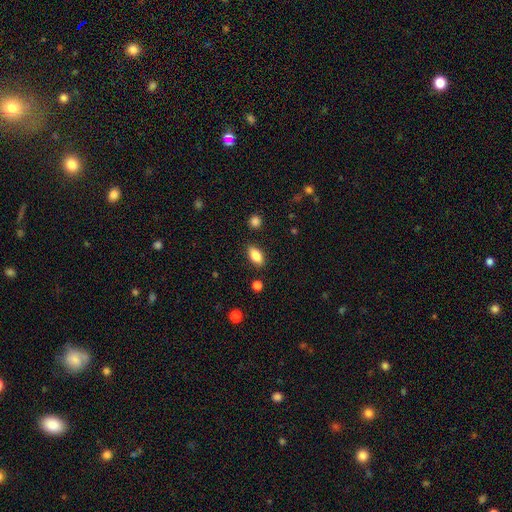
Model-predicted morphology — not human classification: smooth_or_featured: smooth (p=0.83) [alt: featured or disk p=0.09]
how_rounded: in between (p=0.87) [alt: cigar-shaped p=0.09]
merging: none (p=0.86) [alt: minor disturbance p=0.10]